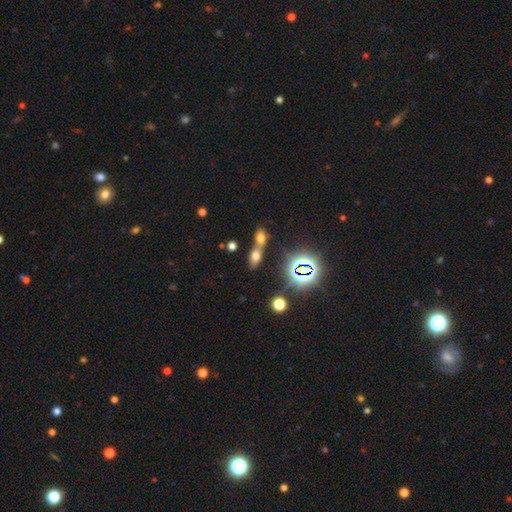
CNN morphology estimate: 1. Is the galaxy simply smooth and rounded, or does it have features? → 57% smooth, 29% star or artifact, 14% featured or disk.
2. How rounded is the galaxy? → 78% in between, 13% round, 9% cigar-shaped.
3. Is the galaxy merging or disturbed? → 56% merger, 33% none, 7% minor disturbance, 4% major disturbance.